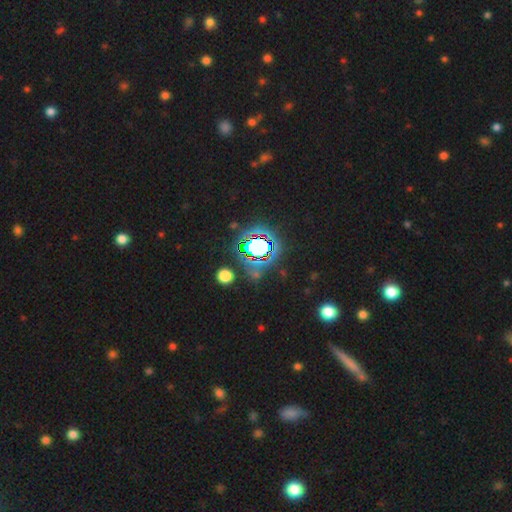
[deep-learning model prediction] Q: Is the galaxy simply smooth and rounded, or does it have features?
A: star or artifact — 79%.